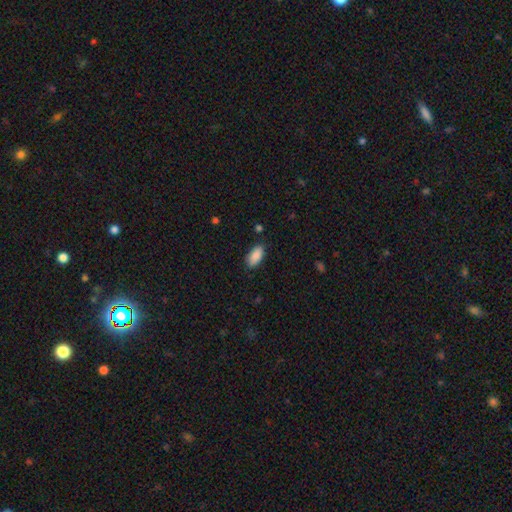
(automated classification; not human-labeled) Smooth or featured? smooth (89%)
How rounded? in between (91%)
Merging? none (84%)